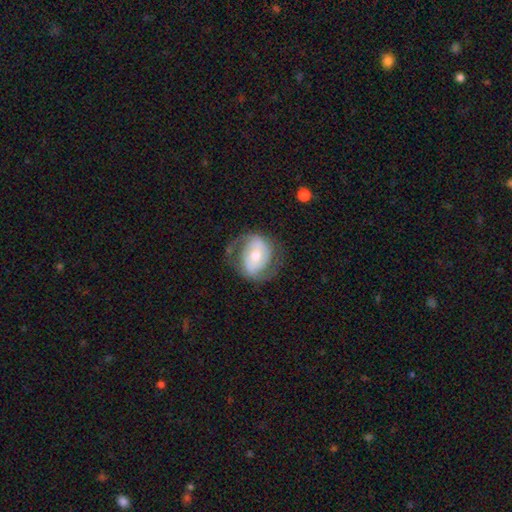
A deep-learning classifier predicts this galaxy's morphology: featured or disk 71%, smooth 23%, star or artifact 6%. Down the decision tree: edge-on disk — no (97%); bar — no (43%); spiral arms — yes (82%); spiral arm count — 2 (84%); spiral winding — medium (46%); bulge size — moderate (61%); merging — none (67%).